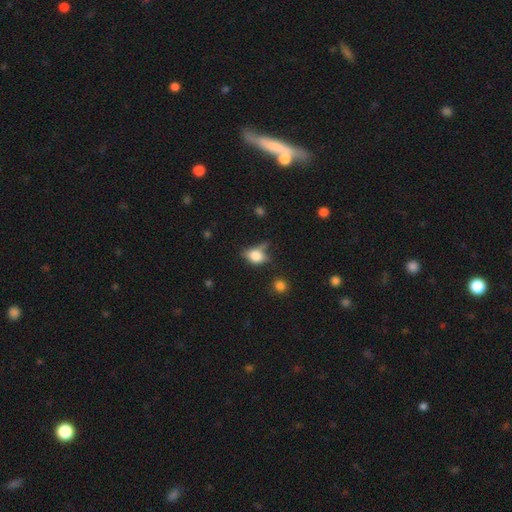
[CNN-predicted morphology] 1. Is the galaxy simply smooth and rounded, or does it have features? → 73% smooth, 15% featured or disk, 11% star or artifact.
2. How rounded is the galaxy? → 73% in between, 23% round, 4% cigar-shaped.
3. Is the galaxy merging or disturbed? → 46% none, 29% minor disturbance, 15% major disturbance, 10% merger.